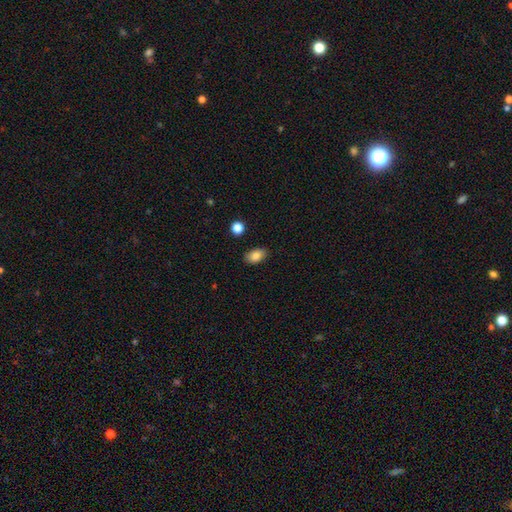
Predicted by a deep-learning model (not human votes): Smooth or featured?
  - smooth: 85% *
  - star or artifact: 9%
  - featured or disk: 7%
How rounded?
  - in between: 89% *
  - round: 10%
  - cigar-shaped: 2%
Merging?
  - none: 87% *
  - minor disturbance: 10%
  - major disturbance: 2%
  - merger: 2%